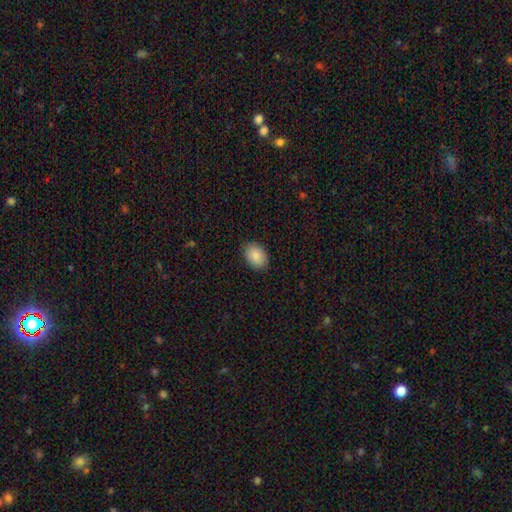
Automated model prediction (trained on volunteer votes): A smooth galaxy with no disk features (87%) that is in between round and cigar-shaped (79%). Merging: none (88%).